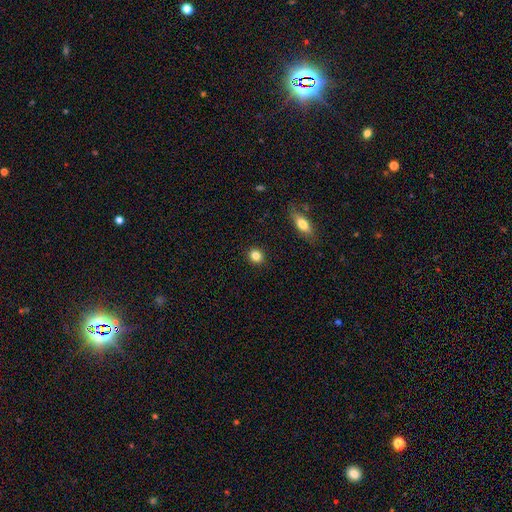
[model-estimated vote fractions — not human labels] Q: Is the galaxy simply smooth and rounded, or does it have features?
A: smooth — 84%.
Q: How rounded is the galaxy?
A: round — 85%.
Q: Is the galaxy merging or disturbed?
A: none — 91%.